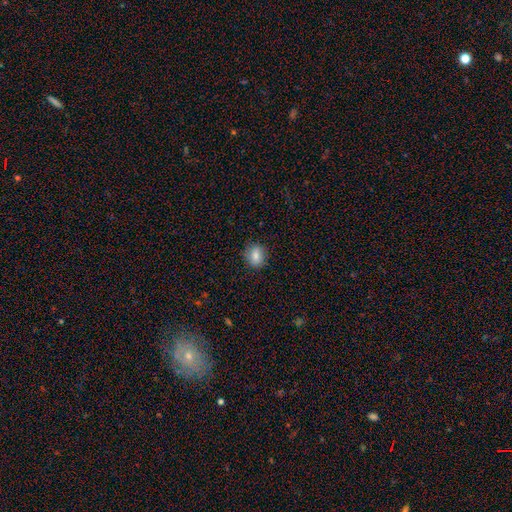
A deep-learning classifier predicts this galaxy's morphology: Smooth or featured? smooth (79%)
How rounded? round (63%)
Merging? none (86%)